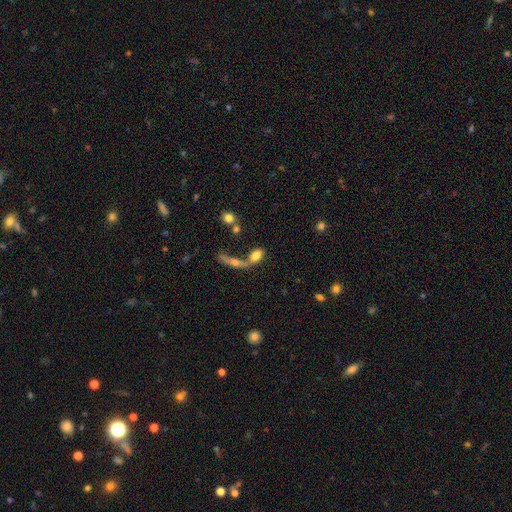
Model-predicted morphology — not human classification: smooth 72%, featured or disk 18%, star or artifact 10%. Down the decision tree: how rounded — in between (79%); merging — merger (51%).